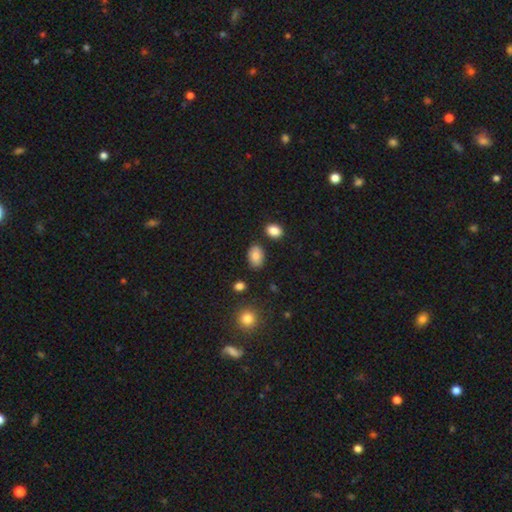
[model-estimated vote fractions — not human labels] Morphology: type=smooth (85%); roundness=in between (87%); merging=none (81%).